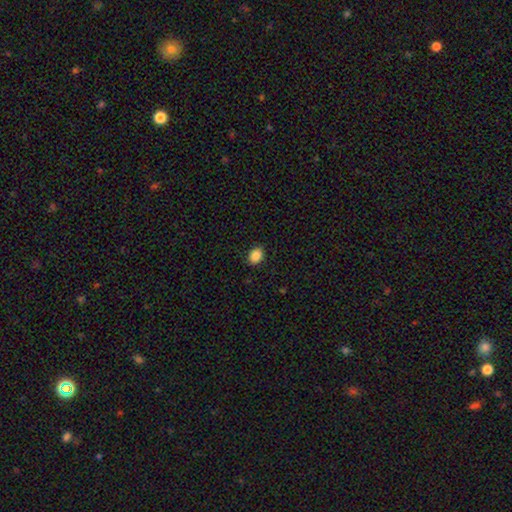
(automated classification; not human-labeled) smooth 87%, star or artifact 9%, featured or disk 4%. Down the decision tree: how rounded — in between (68%); merging — none (88%).